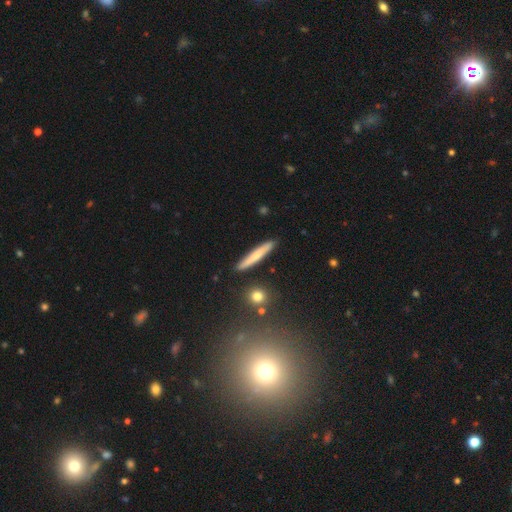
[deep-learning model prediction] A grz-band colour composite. It shows a smooth galaxy with no disk features (63%) that is cigar-shaped (94%). Merging: none (89%).